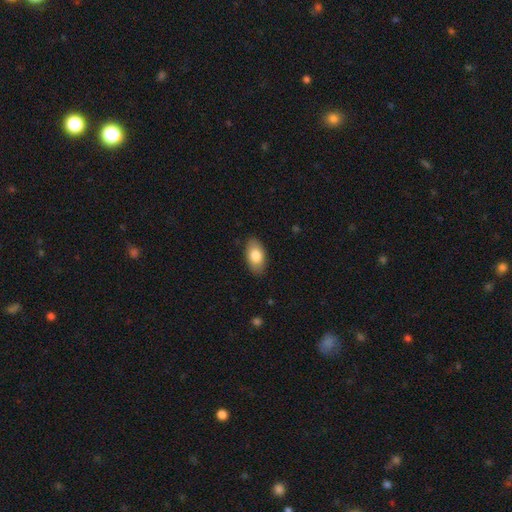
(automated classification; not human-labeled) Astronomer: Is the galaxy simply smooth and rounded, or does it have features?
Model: smooth — 80%.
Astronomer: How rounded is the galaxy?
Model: in between — 94%.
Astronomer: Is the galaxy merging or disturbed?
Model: none — 86%.